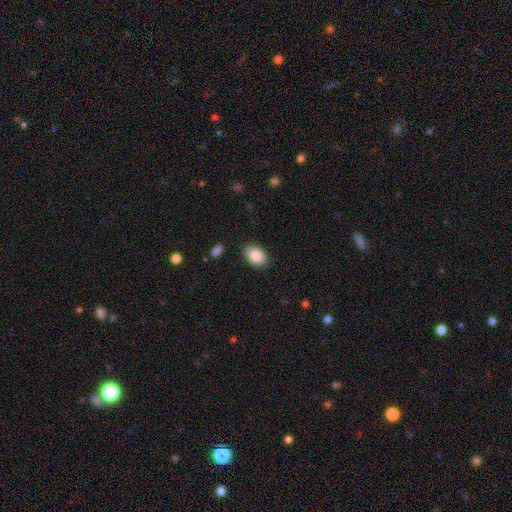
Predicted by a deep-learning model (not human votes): This is clearly a smooth galaxy (88%). How rounded: clearly in between (87%). Merging: clearly none (86%).